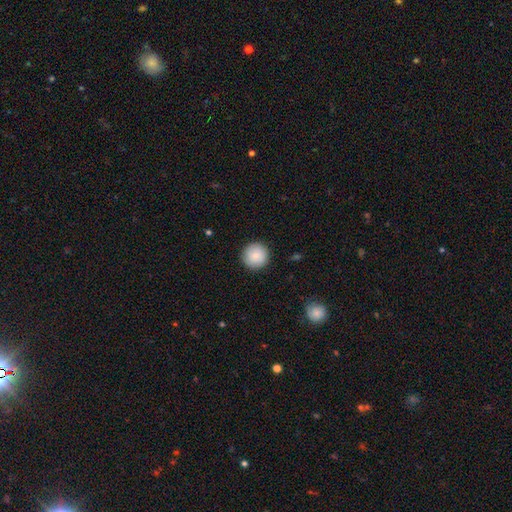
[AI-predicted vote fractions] Smooth or featured?
  - smooth: 82% *
  - featured or disk: 11%
  - star or artifact: 8%
How rounded?
  - round: 96% *
  - in between: 4%
  - cigar-shaped: 1%
Merging?
  - none: 90% *
  - minor disturbance: 7%
  - major disturbance: 2%
  - merger: 1%